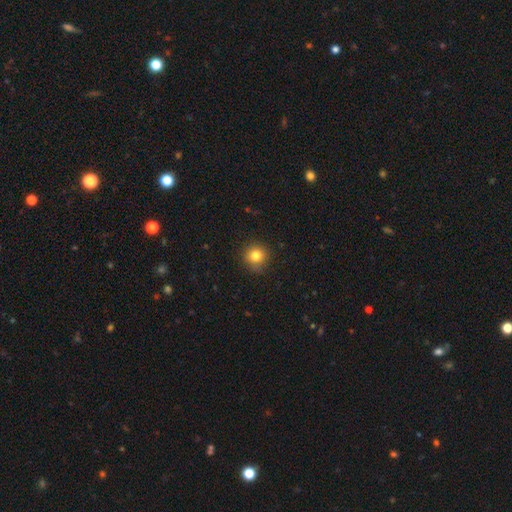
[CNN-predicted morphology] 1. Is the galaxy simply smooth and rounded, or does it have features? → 81% smooth, 12% star or artifact, 7% featured or disk.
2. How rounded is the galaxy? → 92% round, 7% in between, 1% cigar-shaped.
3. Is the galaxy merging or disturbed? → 87% none, 9% minor disturbance, 2% major disturbance, 1% merger.